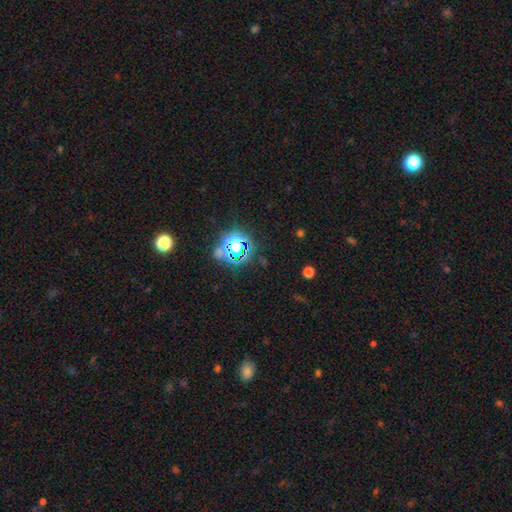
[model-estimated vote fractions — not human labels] smooth-or-featured: star or artifact: 79% | smooth: 14% | featured or disk: 7%